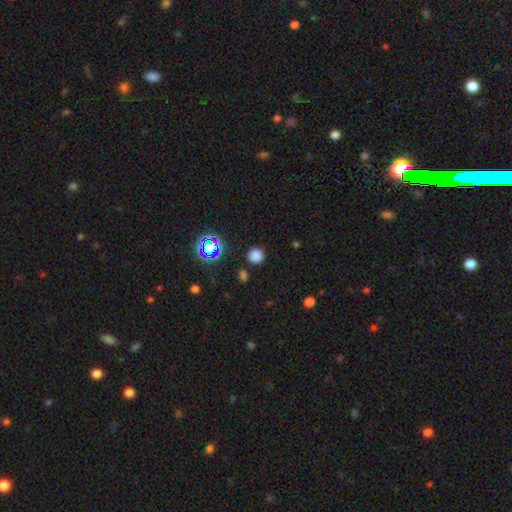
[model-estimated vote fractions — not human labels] smooth-or-featured: smooth: 76% | star or artifact: 20% | featured or disk: 4%
  how-rounded: round: 92% | in between: 7% | cigar-shaped: 1%
  merging: none: 86% | minor disturbance: 7% | merger: 3% | major disturbance: 3%